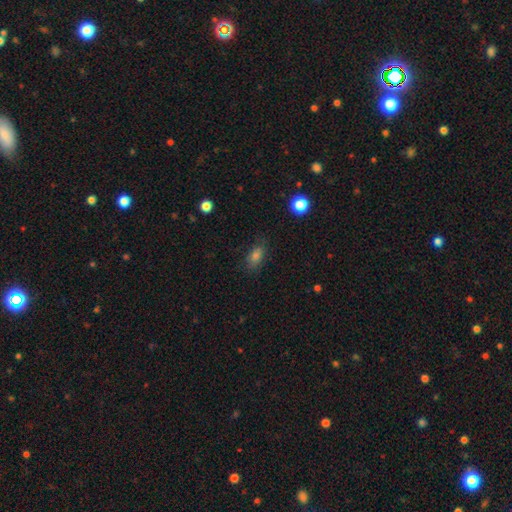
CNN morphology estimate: type=smooth (71%); roundness=in between (80%); merging=none (80%).